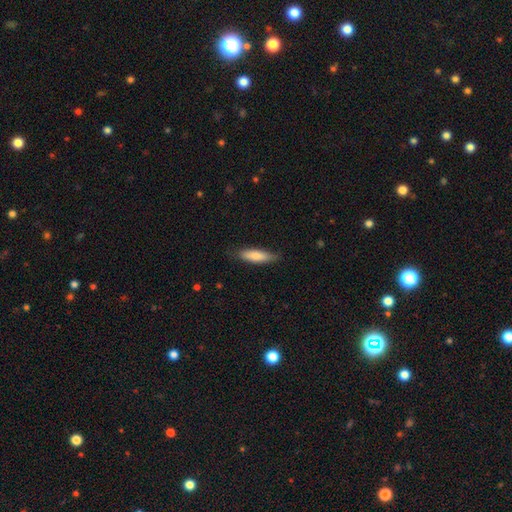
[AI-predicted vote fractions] Smooth or featured: smooth — 81% (featured or disk — 14%)
How rounded: cigar-shaped — 65% (in between — 34%)
Merging: none — 78% (minor disturbance — 18%)